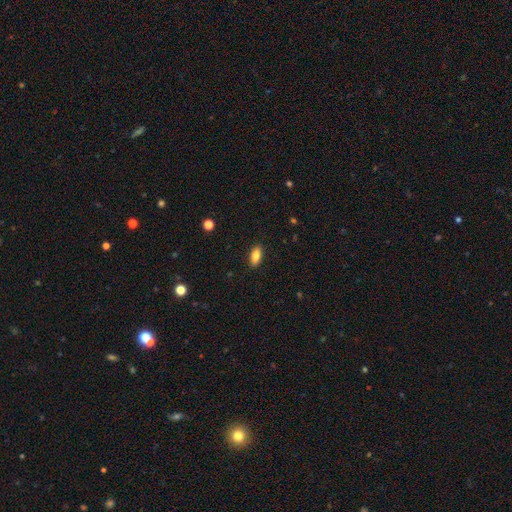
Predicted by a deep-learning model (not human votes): Smooth or featured? smooth (83%)
How rounded? in between (87%)
Merging? none (89%)